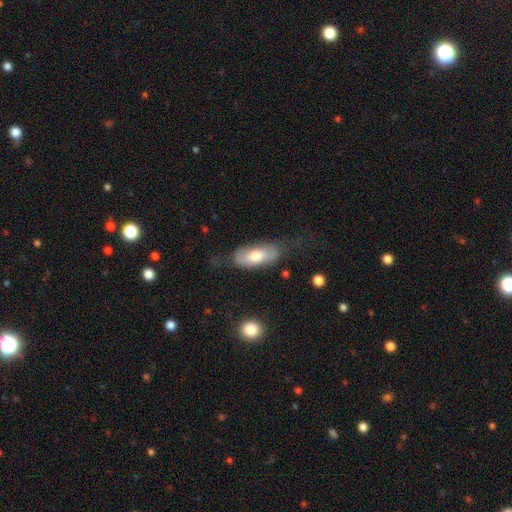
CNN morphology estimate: The model was most divided on "merging": none: 57%, minor disturbance: 26%, major disturbance: 14%, merger: 2%. More confident: how rounded — in between (82%); smooth or featured — smooth (66%).